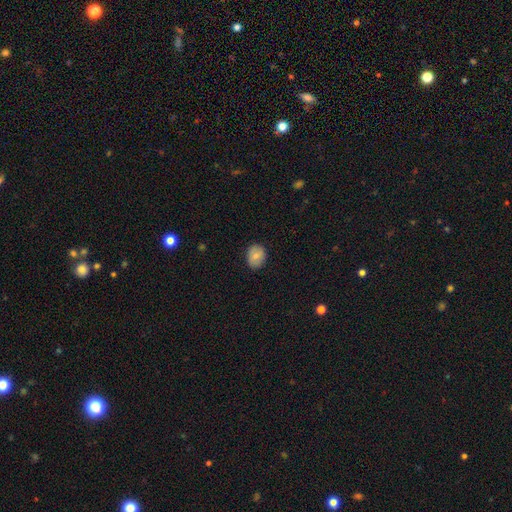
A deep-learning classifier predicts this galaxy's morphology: This is likely a smooth galaxy (78%). How rounded: possibly in between (56%). Merging: clearly none (84%).